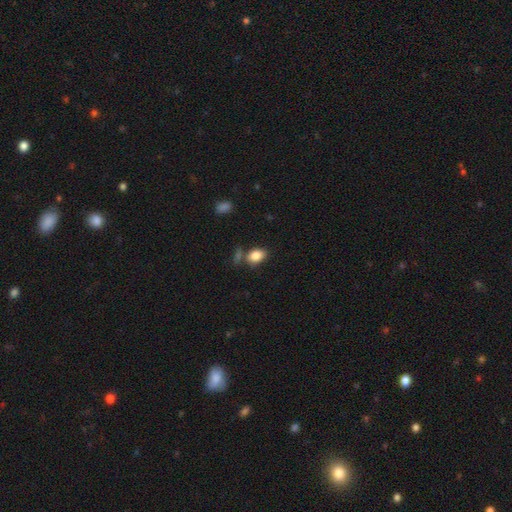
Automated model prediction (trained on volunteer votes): This appears to be a smooth galaxy with no disk features (85%) that is in between round and cigar-shaped (83%). Merging: none (64%).